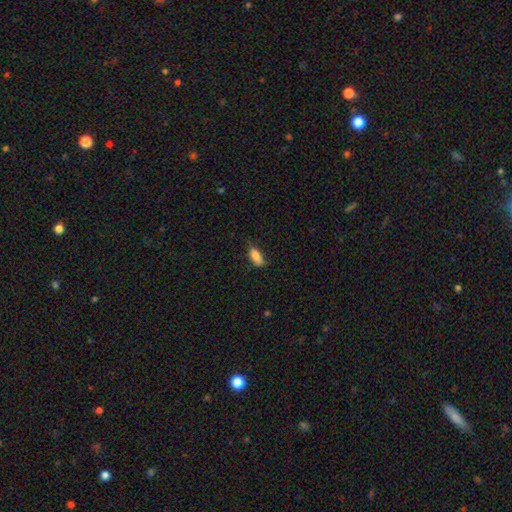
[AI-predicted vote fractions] A smooth galaxy with no disk features (81%) that is in between round and cigar-shaped (85%).

Vote fractions:
- Smooth or featured? smooth: 81% / featured or disk: 11% / star or artifact: 8%
- How rounded? in between: 85% / cigar-shaped: 11% / round: 3%
- Merging? none: 59% / minor disturbance: 31% / major disturbance: 8% / merger: 2%